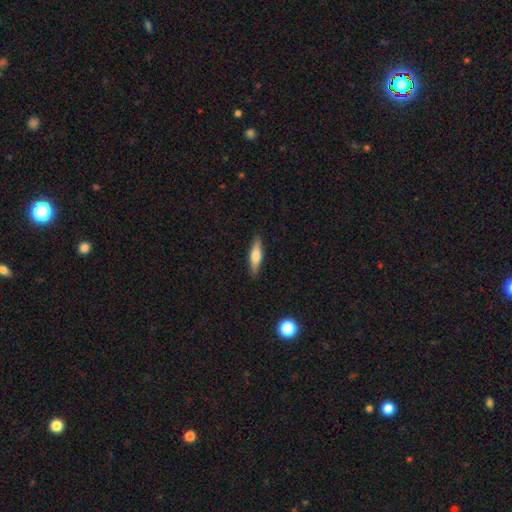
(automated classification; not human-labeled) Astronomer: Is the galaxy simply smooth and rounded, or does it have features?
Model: smooth — 60%.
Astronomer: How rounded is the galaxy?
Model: cigar-shaped — 69%.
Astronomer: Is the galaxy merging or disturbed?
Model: none — 89%.